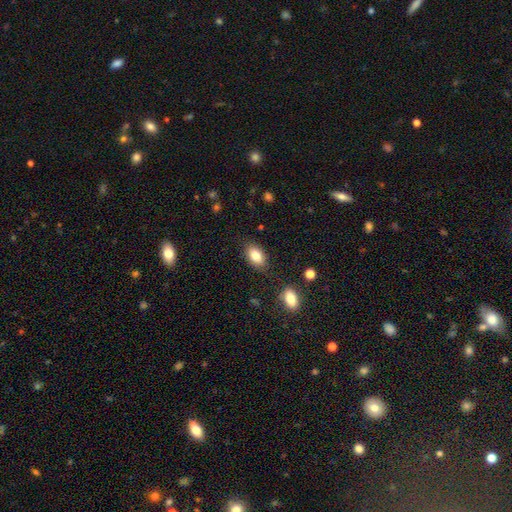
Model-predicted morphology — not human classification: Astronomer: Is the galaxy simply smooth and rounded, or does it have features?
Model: smooth — 84%.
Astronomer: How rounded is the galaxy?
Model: in between — 88%.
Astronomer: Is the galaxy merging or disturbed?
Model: none — 83%.